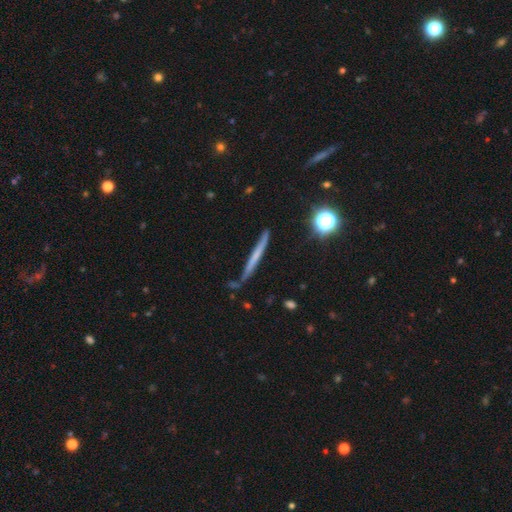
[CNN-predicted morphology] smooth_or_featured: smooth (p=0.46) [alt: featured or disk p=0.44]
merging: none (p=0.77) [alt: minor disturbance p=0.16]